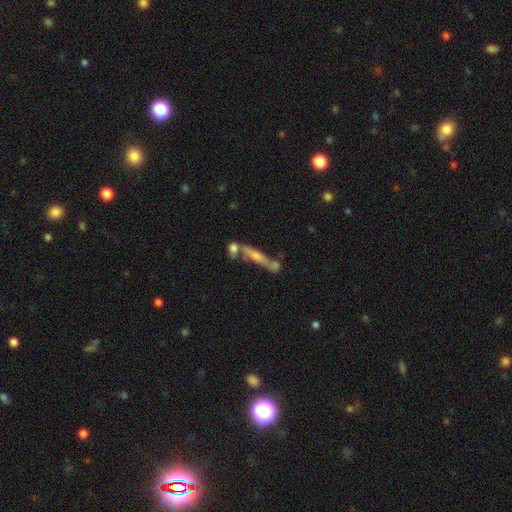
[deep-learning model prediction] A featured or disk galaxy (51%) viewed edge-on (76%). Merging: none (43%).